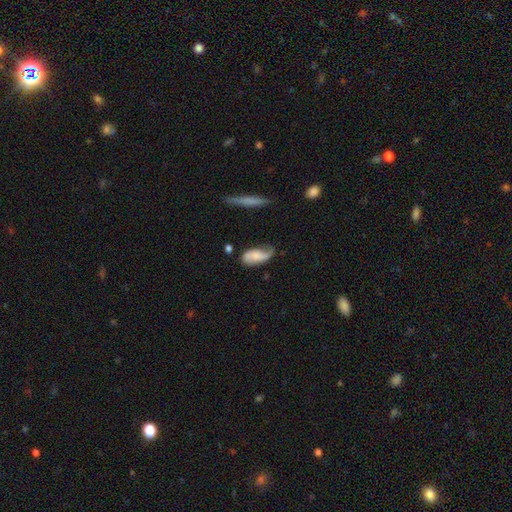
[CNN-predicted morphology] A smooth galaxy with no disk features (52%) that is in between round and cigar-shaped (85%). Merging: none (47%).